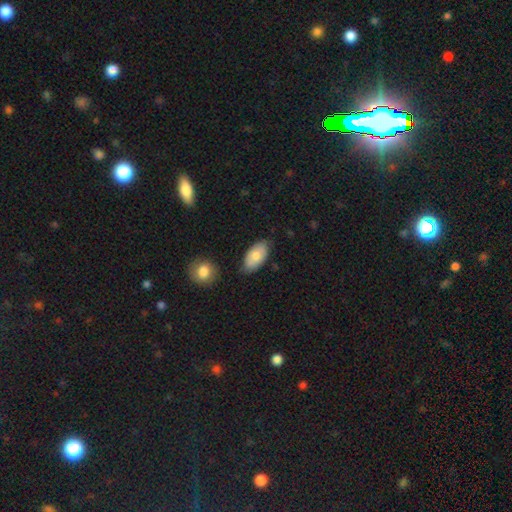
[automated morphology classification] Smooth or featured? smooth (75%)
How rounded? in between (94%)
Merging? none (75%)